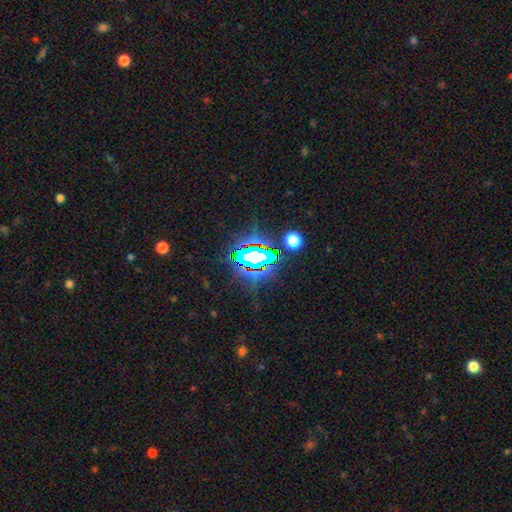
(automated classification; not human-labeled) Smooth or featured? Predicted: star or artifact (p=0.72).